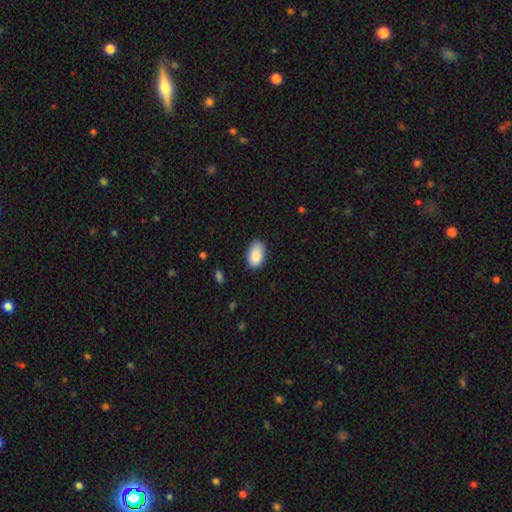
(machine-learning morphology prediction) type=smooth (90%); roundness=in between (92%); merging=none (82%).